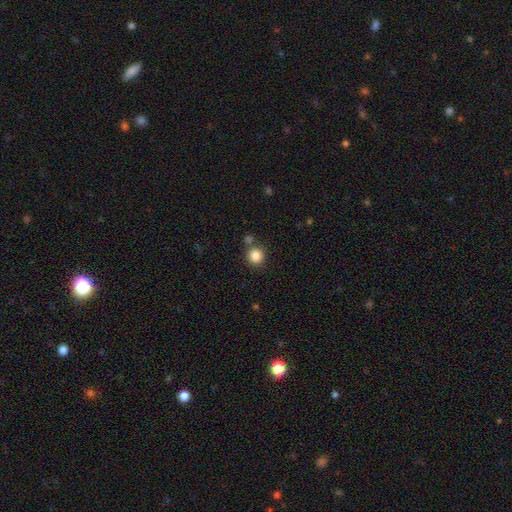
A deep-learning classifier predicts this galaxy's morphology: smooth-or-featured: smooth: 84% | star or artifact: 11% | featured or disk: 5%
  how-rounded: round: 91% | in between: 8% | cigar-shaped: 1%
  merging: none: 77% | merger: 12% | minor disturbance: 8% | major disturbance: 3%